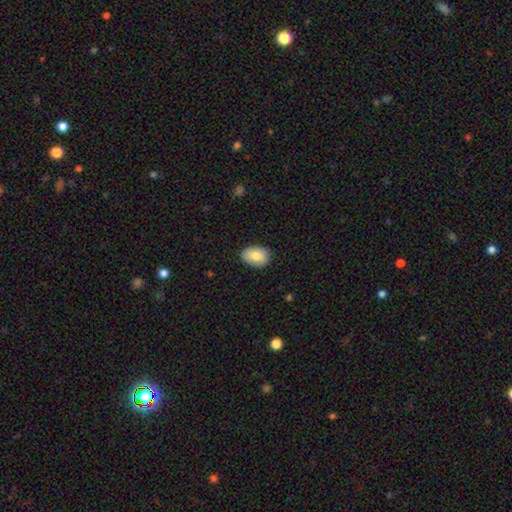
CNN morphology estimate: smooth-or-featured: smooth: 82% | featured or disk: 11% | star or artifact: 7%
  how-rounded: in between: 82% | round: 17% | cigar-shaped: 1%
  merging: none: 85% | minor disturbance: 12% | major disturbance: 2% | merger: 1%